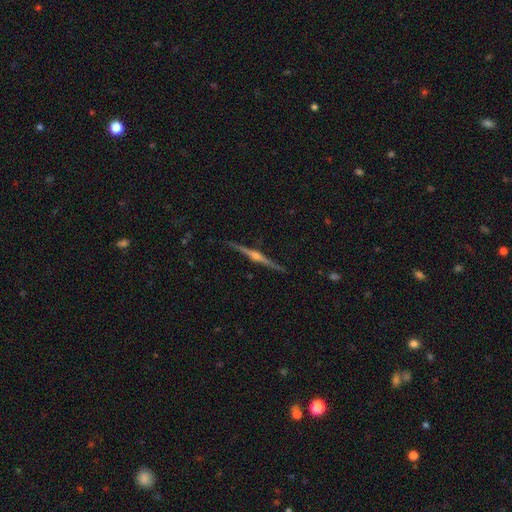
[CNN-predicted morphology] Smooth or featured: featured or disk — 86% (smooth — 8%)
Edge-on disk: yes — 99% (no — 1%)
Edge-on bulge: rounded — 91% (boxy — 5%)
Merging: none — 91% (minor disturbance — 6%)